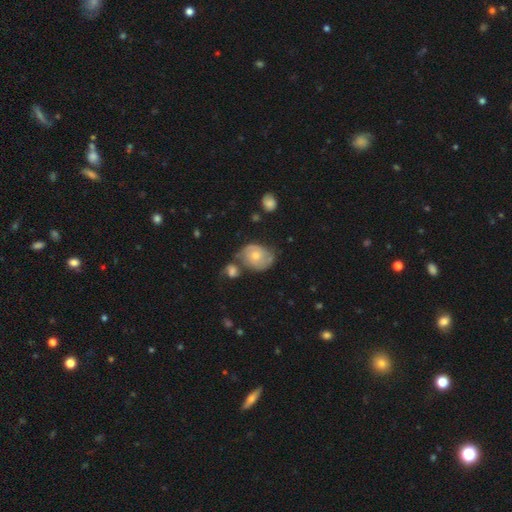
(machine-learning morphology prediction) smooth_or_featured: featured or disk (p=0.57) [alt: smooth p=0.36]
disk_edge_on: no (p=0.97) [alt: yes p=0.03]
bar: no (p=0.78) [alt: weak p=0.19]
has_spiral_arms: yes (p=0.77) [alt: no p=0.23]
bulge_size: moderate (p=0.58) [alt: small p=0.36]
merging: none (p=0.46) [alt: minor disturbance p=0.24]